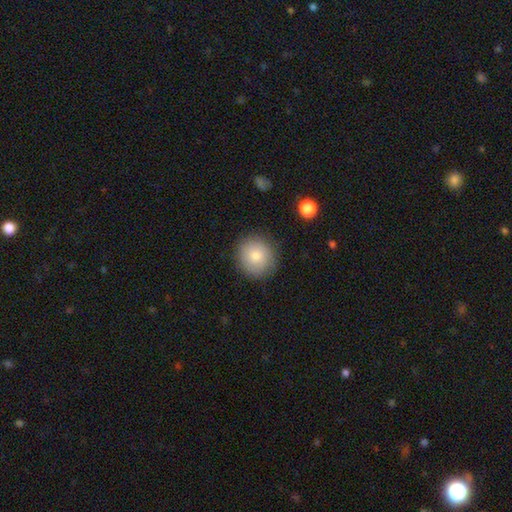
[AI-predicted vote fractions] A smooth galaxy with no disk features (80%) that is round (90%). Merging: none (86%).